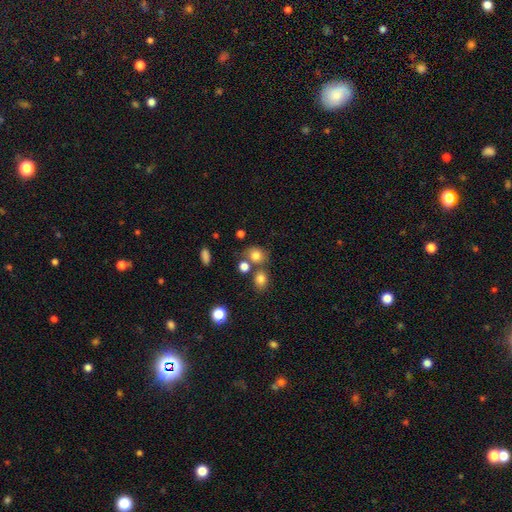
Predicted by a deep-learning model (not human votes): This appears to be a smooth galaxy with no disk features (78%) that is round (67%). Merging: none (56%).